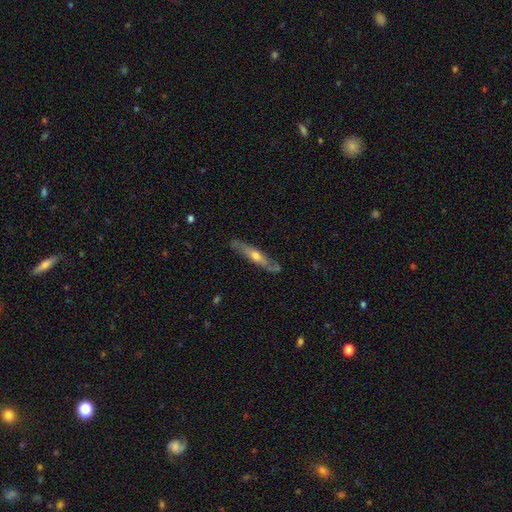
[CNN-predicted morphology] The model was most divided on "smooth or featured": featured or disk: 63%, smooth: 32%, star or artifact: 5%. More confident: edge-on bulge — rounded (84%); edge-on disk — yes (82%); merging — none (79%).